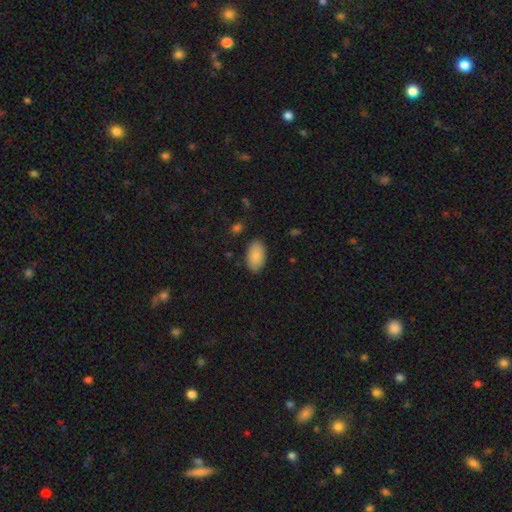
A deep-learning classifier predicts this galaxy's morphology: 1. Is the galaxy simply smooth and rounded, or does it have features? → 87% smooth, 6% featured or disk, 6% star or artifact.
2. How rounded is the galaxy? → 95% in between, 4% round, 2% cigar-shaped.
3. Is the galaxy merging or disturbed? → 85% none, 11% minor disturbance, 3% major disturbance, 1% merger.